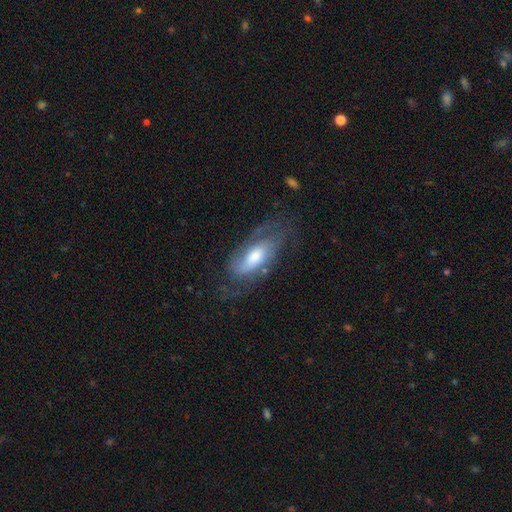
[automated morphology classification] smooth_or_featured: featured or disk (p=0.71) [alt: smooth p=0.22]
disk_edge_on: no (p=0.89) [alt: yes p=0.11]
bar: no (p=0.50) [alt: weak p=0.36]
has_spiral_arms: yes (p=0.86) [alt: no p=0.14]
spiral_winding: medium (p=0.43) [alt: tight p=0.36]
spiral_arm_count: 2 (p=0.59) [alt: can't tell p=0.24]
bulge_size: moderate (p=0.54) [alt: large p=0.25]
merging: none (p=0.63) [alt: minor disturbance p=0.21]